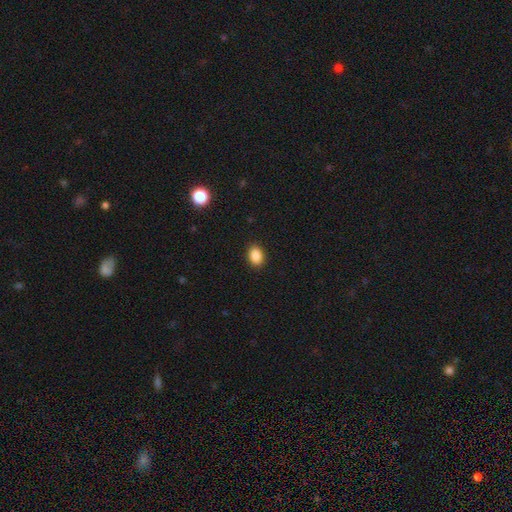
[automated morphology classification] type=smooth (87%); roundness=in between (73%); merging=none (90%).